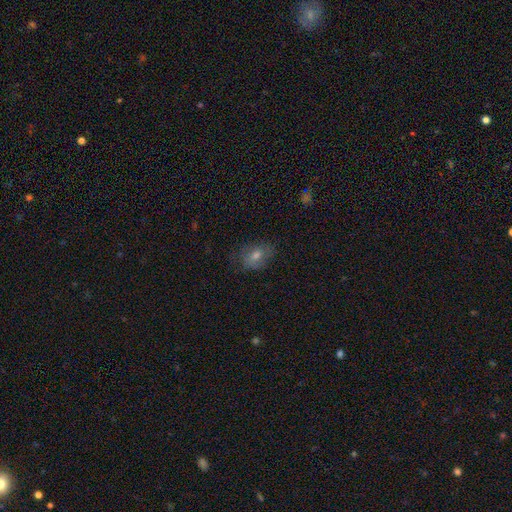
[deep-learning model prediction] Overall: smooth (56%; featured or disk 28%). How rounded: in between (67%; round 31%). Merging: none (73%).